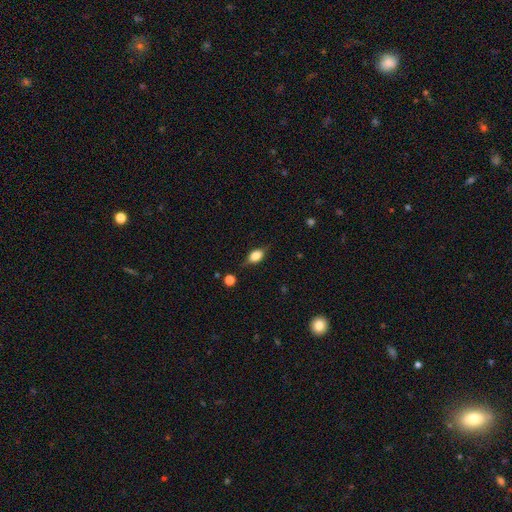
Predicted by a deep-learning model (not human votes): The model was most divided on "merging": none: 71%, minor disturbance: 22%, major disturbance: 6%, merger: 2%. More confident: how rounded — in between (77%); smooth or featured — smooth (71%).